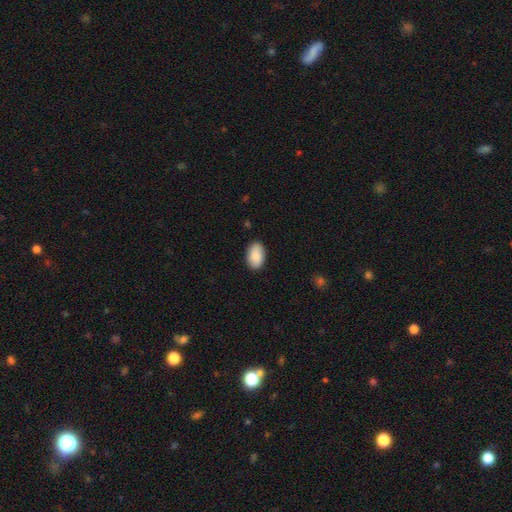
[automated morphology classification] Smooth or featured? smooth (88%)
How rounded? in between (93%)
Merging? none (88%)